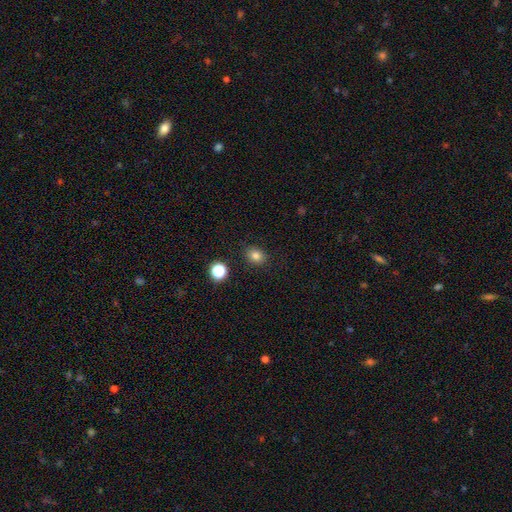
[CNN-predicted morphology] smooth_or_featured: smooth (p=0.79) [alt: star or artifact p=0.14]
how_rounded: round (p=0.57) [alt: in between p=0.42]
merging: none (p=0.87) [alt: minor disturbance p=0.09]